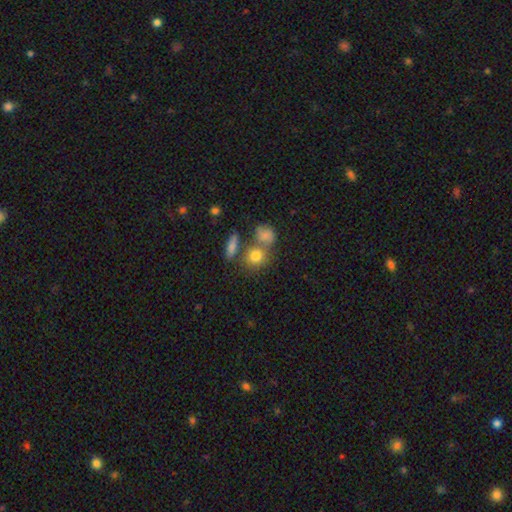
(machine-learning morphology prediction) Smooth or featured? Predicted: smooth (p=0.78). How rounded? Predicted: round (p=0.72). Merging? Predicted: none (p=0.52).